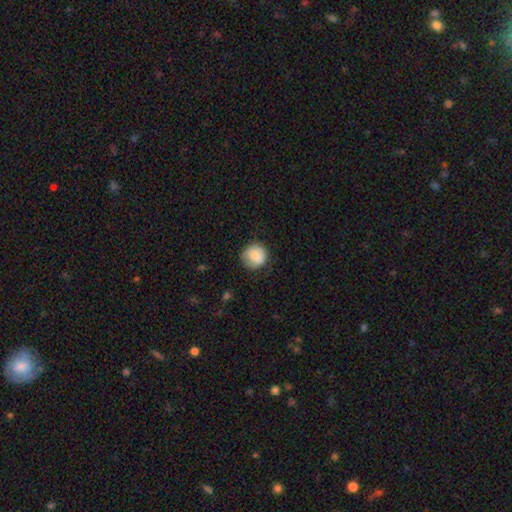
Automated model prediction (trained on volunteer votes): A smooth galaxy with no disk features (83%) that is round (90%). Merging: none (74%).